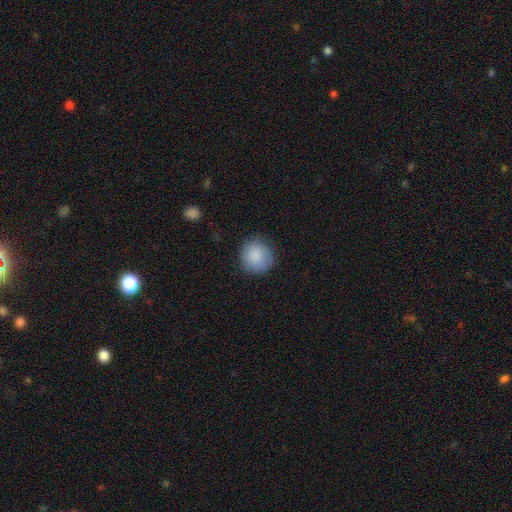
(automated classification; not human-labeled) Smooth or featured: smooth — 88% (star or artifact — 7%)
How rounded: round — 88% (in between — 11%)
Merging: none — 83% (minor disturbance — 13%)